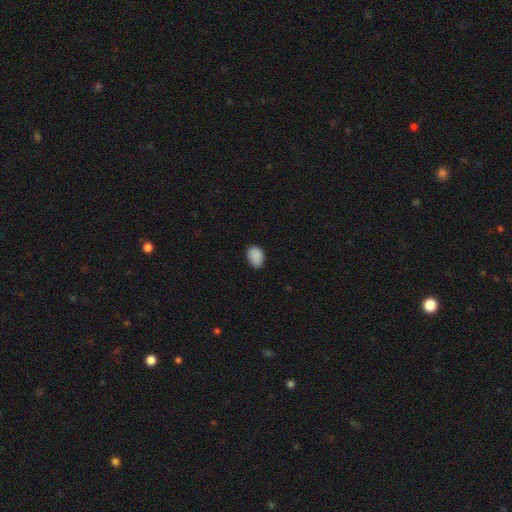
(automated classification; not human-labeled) A smooth galaxy with no disk features (89%) that is in between round and cigar-shaped (75%). Merging: none (78%).